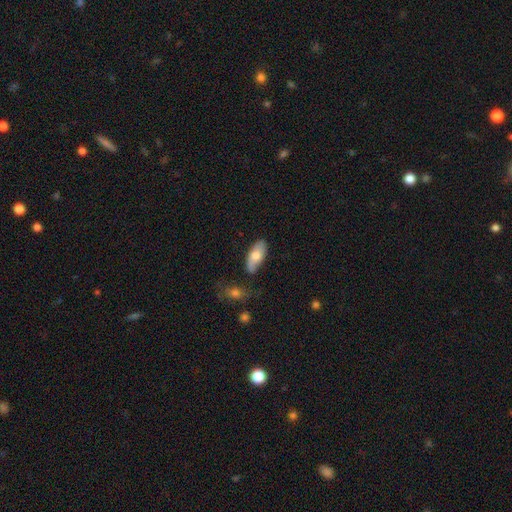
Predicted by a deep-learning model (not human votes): Smooth or featured? Predicted: smooth (p=0.71). How rounded? Predicted: in between (p=0.87). Merging? Predicted: none (p=0.68).